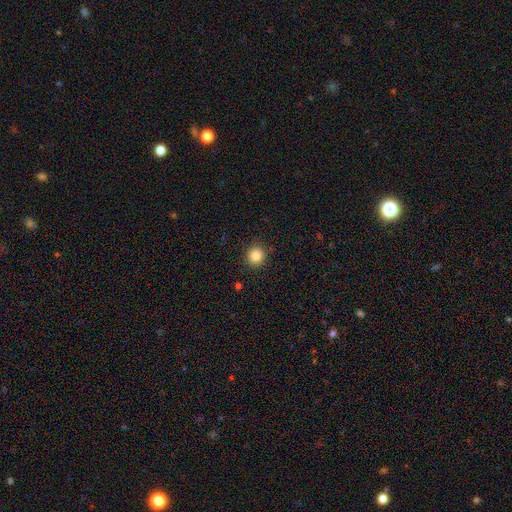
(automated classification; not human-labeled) Smooth or featured: smooth — 84% (star or artifact — 11%)
How rounded: round — 90% (in between — 9%)
Merging: none — 91% (minor disturbance — 6%)